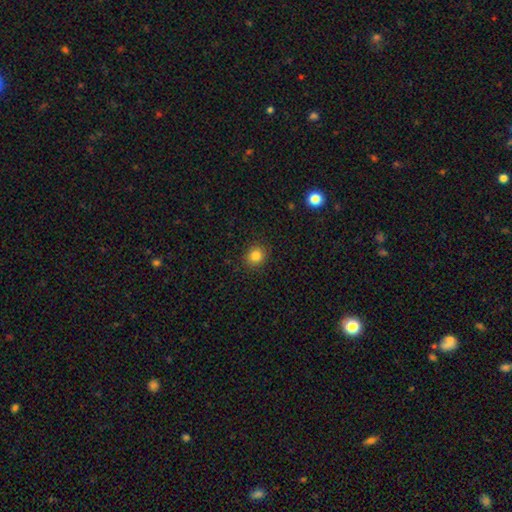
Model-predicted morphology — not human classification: Smooth or featured? smooth (83%)
How rounded? round (82%)
Merging? none (90%)